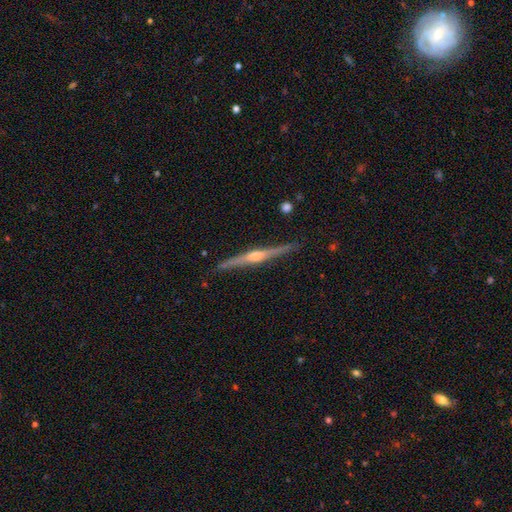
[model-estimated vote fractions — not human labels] A featured or disk galaxy (83%) viewed edge-on (98%) with a rounded central bulge (91%). Merging: none (90%).